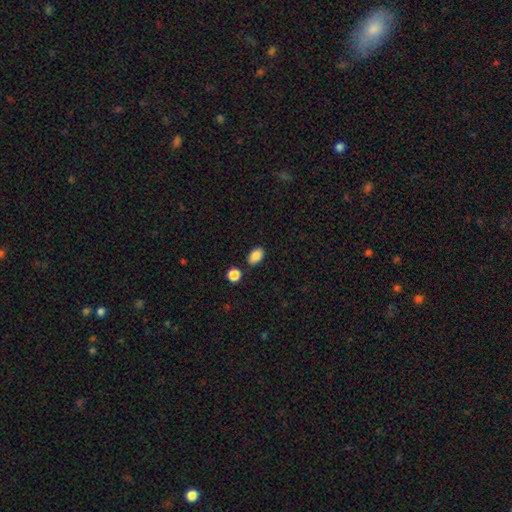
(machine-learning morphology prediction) This is clearly a smooth galaxy (87%). How rounded: clearly in between (89%). Merging: clearly none (81%).